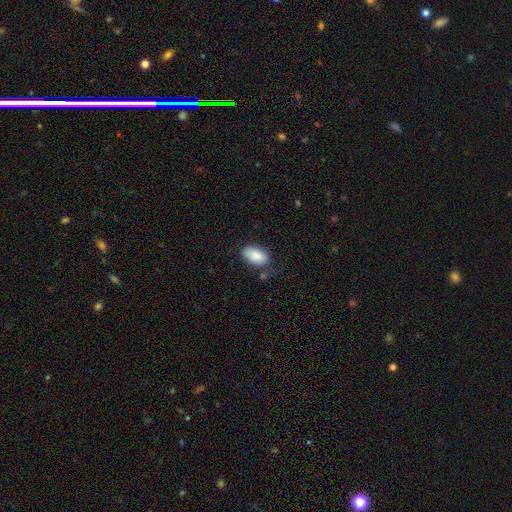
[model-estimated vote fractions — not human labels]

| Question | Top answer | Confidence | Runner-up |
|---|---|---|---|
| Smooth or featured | smooth | 88% | star or artifact (7%) |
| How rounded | in between | 94% | round (4%) |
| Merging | none | 70% | minor disturbance (20%) |